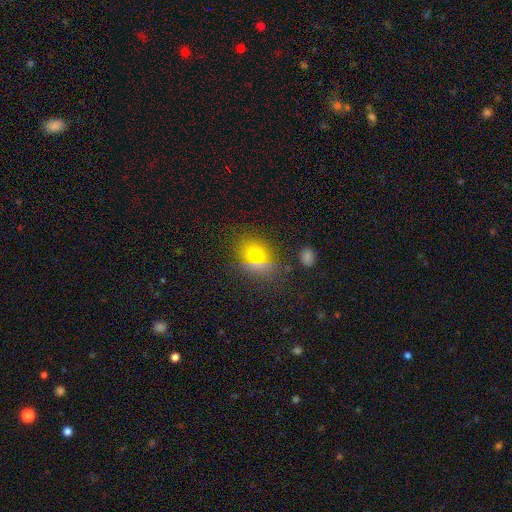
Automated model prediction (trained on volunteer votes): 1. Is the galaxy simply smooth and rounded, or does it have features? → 68% smooth, 20% star or artifact, 12% featured or disk.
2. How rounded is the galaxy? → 56% round, 41% in between, 3% cigar-shaped.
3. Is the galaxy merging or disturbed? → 79% none, 12% minor disturbance, 5% major disturbance, 4% merger.